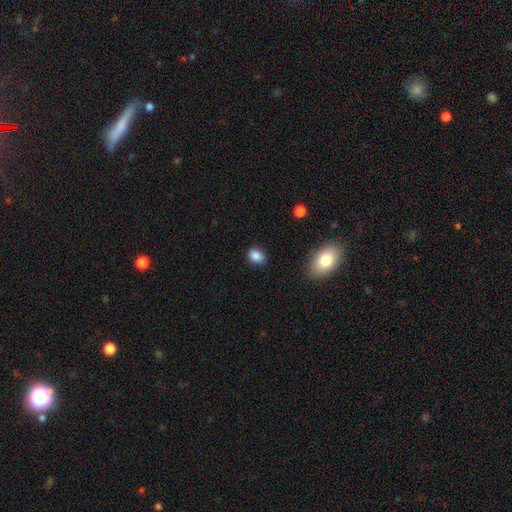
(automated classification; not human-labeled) Morphology: type=smooth (86%); roundness=in between (55%); merging=none (85%).